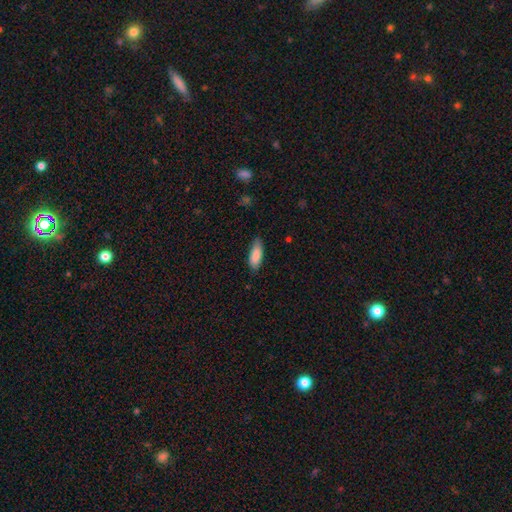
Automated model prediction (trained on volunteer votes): This appears to be a smooth galaxy with no disk features (86%) that is in between round and cigar-shaped (72%). Merging: none (77%).